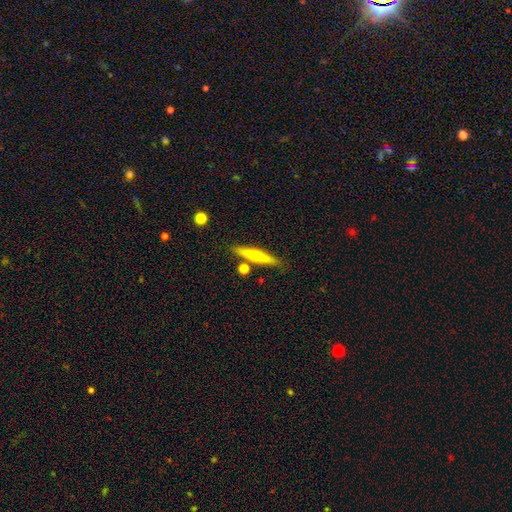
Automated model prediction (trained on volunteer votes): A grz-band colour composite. It shows a featured or disk galaxy (56%) viewed edge-on (95%) with a rounded central bulge (89%). Merging: none (81%).